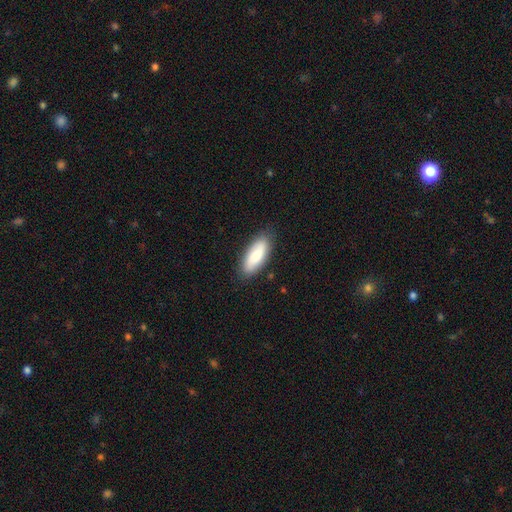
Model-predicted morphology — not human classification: Smooth or featured? smooth (76%)
How rounded? in between (77%)
Merging? none (85%)